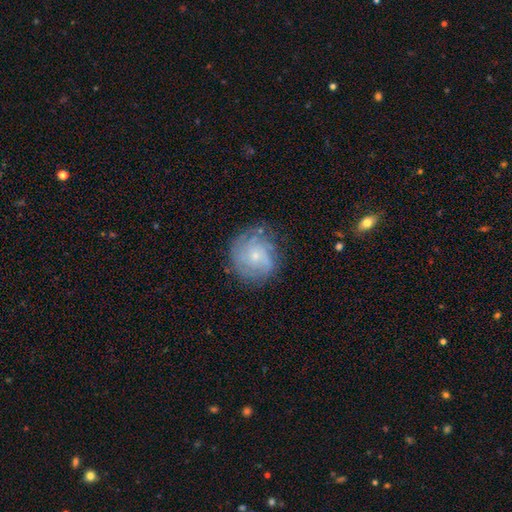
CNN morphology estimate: A featured or disk galaxy (64%) with no bar (79%), tight (61%) spiral arms (83%) and a small central bulge (75%). Merging: none (70%).